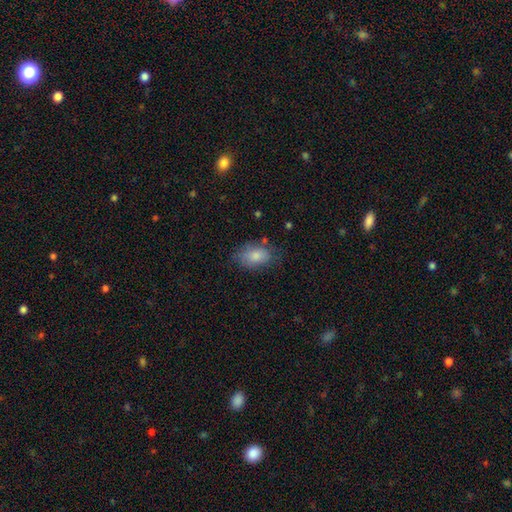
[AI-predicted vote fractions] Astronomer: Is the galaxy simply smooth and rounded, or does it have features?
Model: smooth — 81%.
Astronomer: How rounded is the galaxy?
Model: in between — 88%.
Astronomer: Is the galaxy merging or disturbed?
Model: none — 66%.